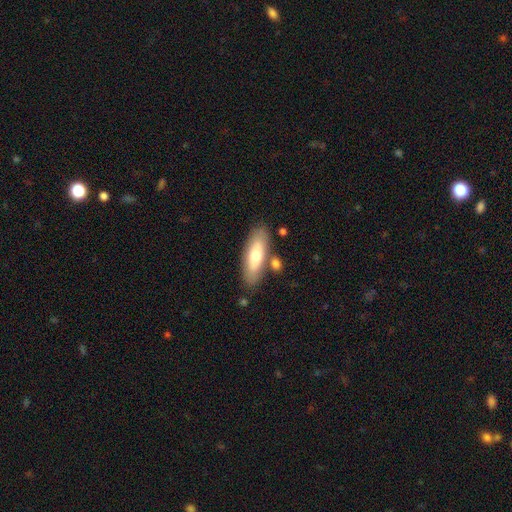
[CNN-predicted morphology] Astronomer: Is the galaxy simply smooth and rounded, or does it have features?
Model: smooth — 66%.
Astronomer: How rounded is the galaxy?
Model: in between — 57% (runner-up: cigar-shaped, 41%).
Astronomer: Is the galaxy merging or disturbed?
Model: none — 77%.